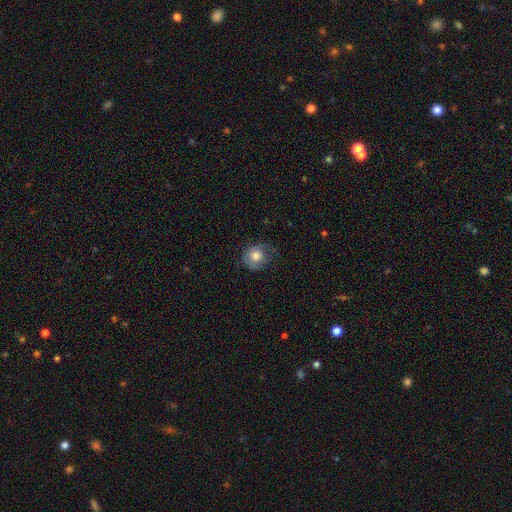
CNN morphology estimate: Q: Smooth or featured?
A: smooth (59%); runner-up: featured or disk (33%)
Q: How rounded?
A: round (75%); runner-up: in between (24%)
Q: Merging?
A: none (55%); runner-up: minor disturbance (26%)